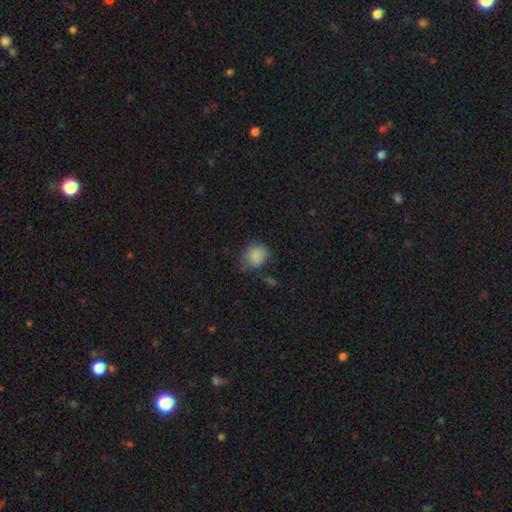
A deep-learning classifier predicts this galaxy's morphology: type=smooth (85%); roundness=round (62%); merging=none (59%).